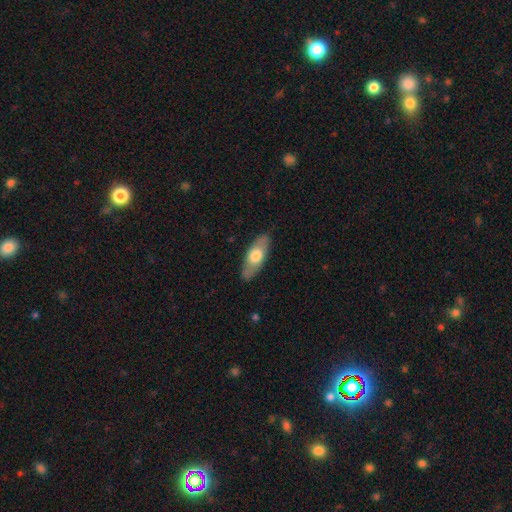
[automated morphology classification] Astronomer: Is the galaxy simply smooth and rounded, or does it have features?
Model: smooth — 61%.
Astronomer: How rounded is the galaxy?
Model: in between — 75%.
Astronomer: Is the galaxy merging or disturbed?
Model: none — 85%.